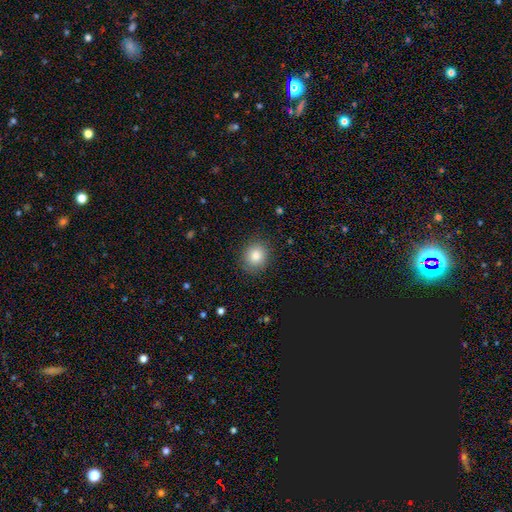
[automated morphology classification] Smooth or featured?
  - smooth: 83% *
  - star or artifact: 10%
  - featured or disk: 7%
How rounded?
  - round: 75% *
  - in between: 24%
  - cigar-shaped: 1%
Merging?
  - none: 87% *
  - minor disturbance: 9%
  - major disturbance: 3%
  - merger: 1%